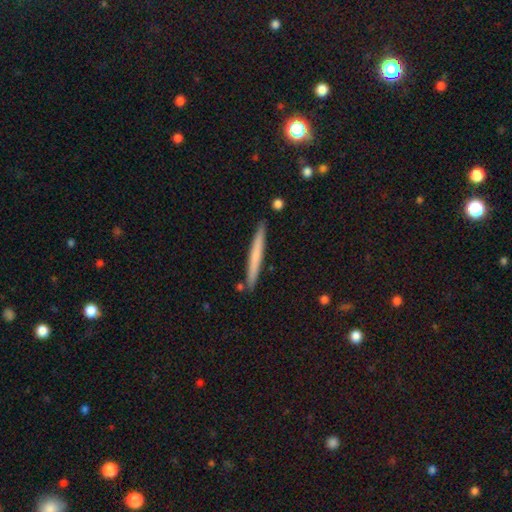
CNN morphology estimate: Smooth or featured: smooth — 62% (featured or disk — 32%)
How rounded: cigar-shaped — 97% (in between — 2%)
Merging: none — 89% (minor disturbance — 8%)